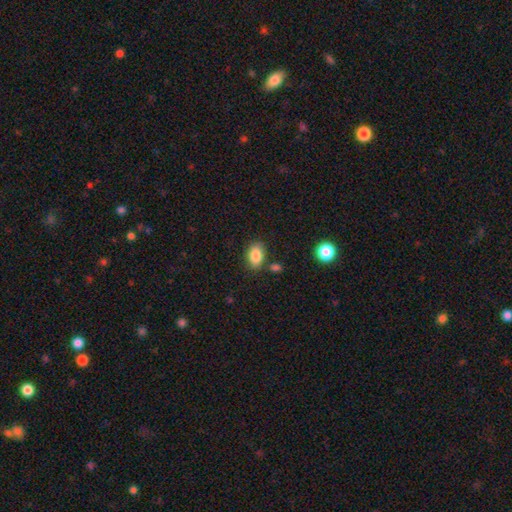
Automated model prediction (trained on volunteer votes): This appears to be a smooth galaxy with no disk features (86%) that is in between round and cigar-shaped (86%). Merging: none (77%).